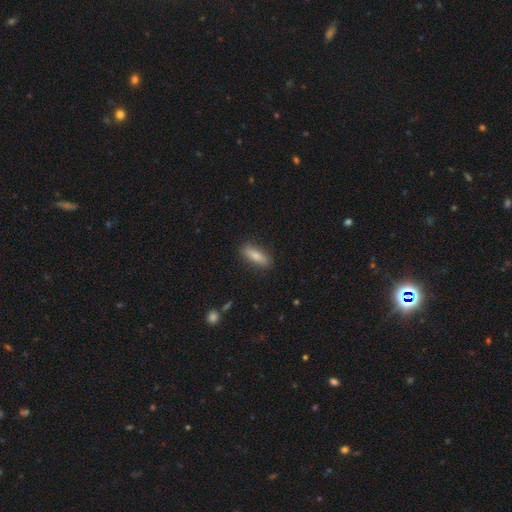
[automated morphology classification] smooth-or-featured: smooth: 80% | featured or disk: 14% | star or artifact: 7%
  how-rounded: in between: 52% | cigar-shaped: 45% | round: 2%
  merging: none: 85% | minor disturbance: 11% | major disturbance: 3% | merger: 1%